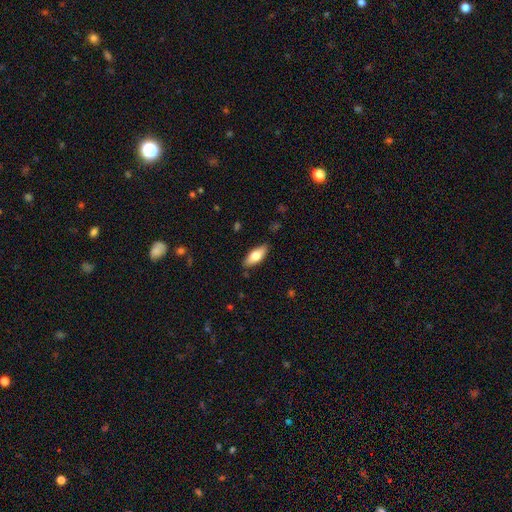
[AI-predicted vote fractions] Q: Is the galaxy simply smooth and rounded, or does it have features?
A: smooth — 73%.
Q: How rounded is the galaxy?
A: in between — 79%.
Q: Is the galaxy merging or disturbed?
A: none — 86%.